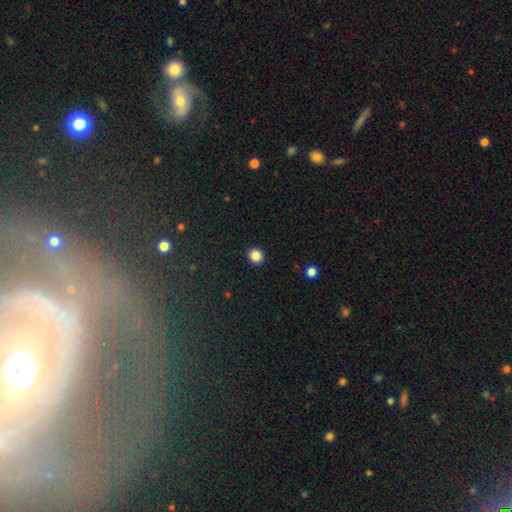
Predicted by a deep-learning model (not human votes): Smooth or featured?
  - smooth: 86% *
  - star or artifact: 11%
  - featured or disk: 4%
How rounded?
  - round: 82% *
  - in between: 17%
  - cigar-shaped: 1%
Merging?
  - none: 92% *
  - minor disturbance: 5%
  - major disturbance: 2%
  - merger: 1%